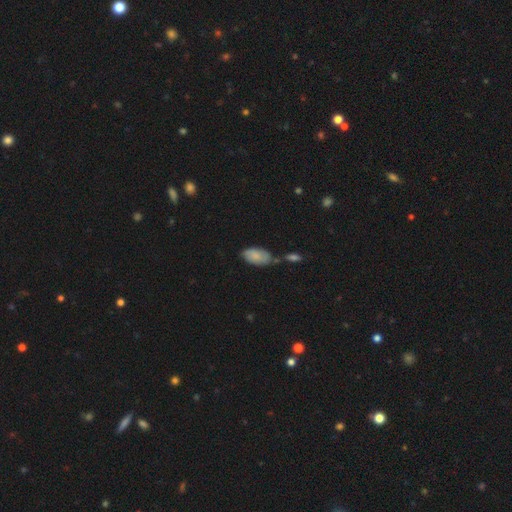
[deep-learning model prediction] Morphology: type=smooth (79%); roundness=in between (94%); merging=none (53%).